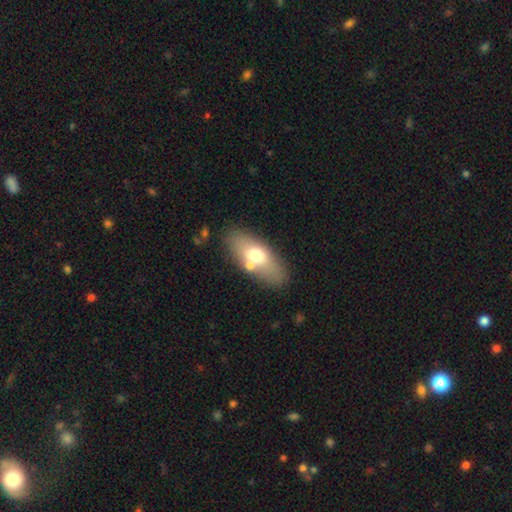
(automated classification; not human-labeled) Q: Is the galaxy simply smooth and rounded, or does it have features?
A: smooth — 64%.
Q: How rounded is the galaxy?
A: in between — 84%.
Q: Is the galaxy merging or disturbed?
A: none — 75%.